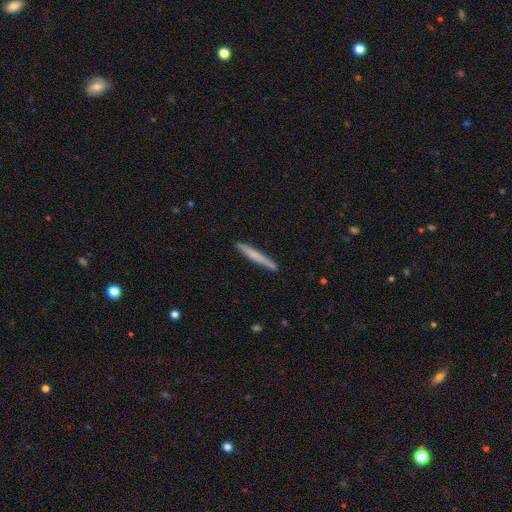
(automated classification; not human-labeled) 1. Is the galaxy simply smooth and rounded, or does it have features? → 60% smooth, 35% featured or disk, 6% star or artifact.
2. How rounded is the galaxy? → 96% cigar-shaped, 2% in between, 1% round.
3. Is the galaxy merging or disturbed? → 88% none, 9% minor disturbance, 2% merger, 2% major disturbance.